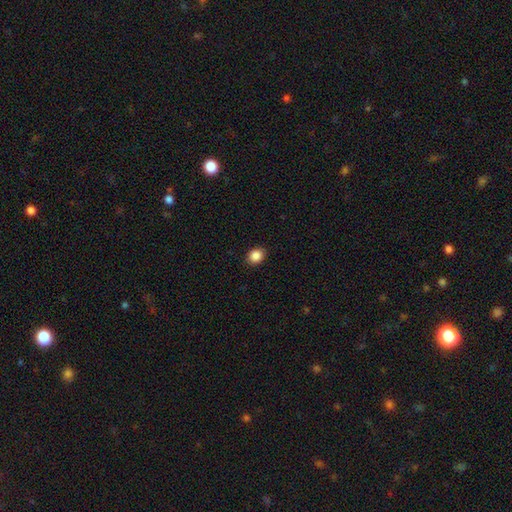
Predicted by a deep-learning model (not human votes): Smooth or featured? smooth (88%)
How rounded? round (60%)
Merging? none (90%)